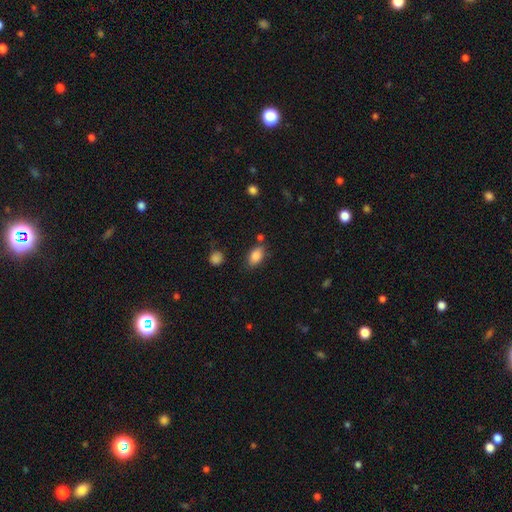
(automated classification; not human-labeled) This appears to be a smooth galaxy with no disk features (86%) that is in between round and cigar-shaped (89%). Merging: none (74%).